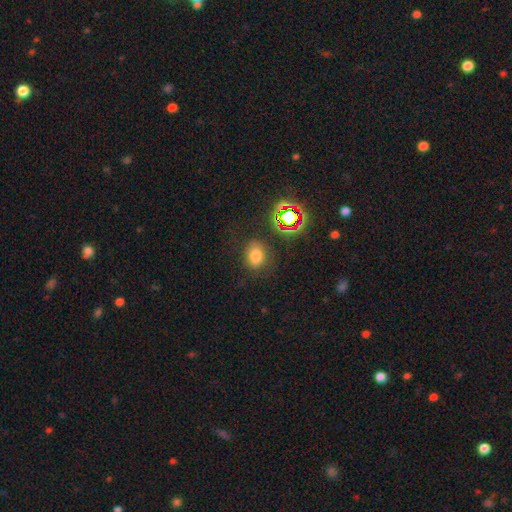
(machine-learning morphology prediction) type=smooth (70%); roundness=in between (51%); merging=none (75%).